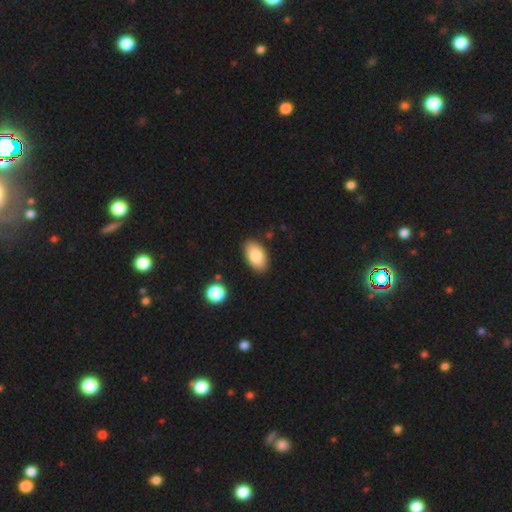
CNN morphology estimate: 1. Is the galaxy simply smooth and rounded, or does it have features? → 83% smooth, 10% featured or disk, 7% star or artifact.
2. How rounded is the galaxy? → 94% in between, 4% round, 2% cigar-shaped.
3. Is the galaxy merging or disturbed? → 87% none, 9% minor disturbance, 2% major disturbance, 2% merger.